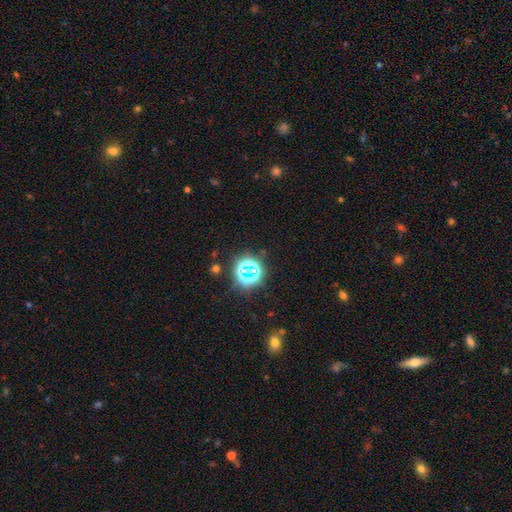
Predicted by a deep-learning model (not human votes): Morphology: type=star or artifact (73%).